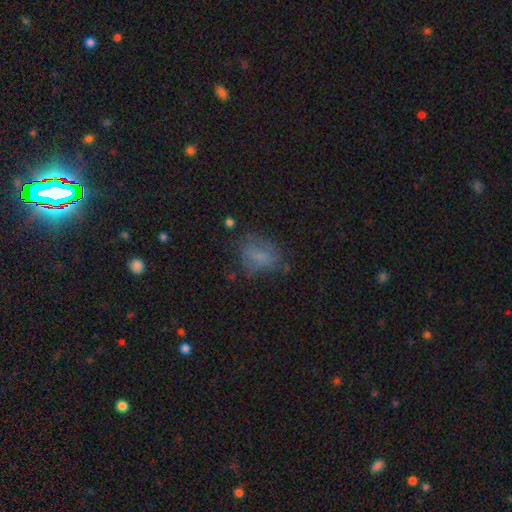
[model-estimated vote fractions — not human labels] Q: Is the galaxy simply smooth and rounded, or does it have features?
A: smooth — 65%.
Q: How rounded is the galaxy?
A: in between — 67%.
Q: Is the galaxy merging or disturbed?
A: none — 59%.